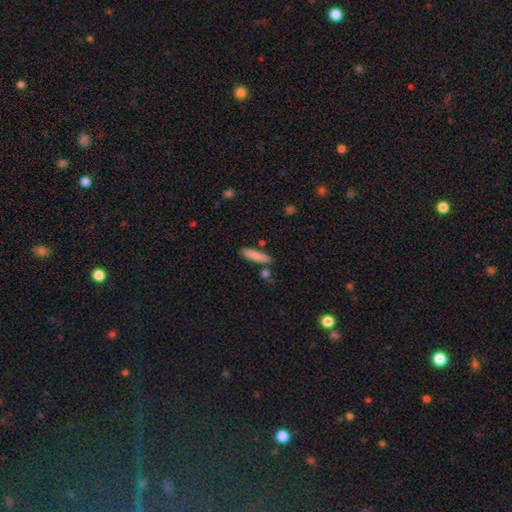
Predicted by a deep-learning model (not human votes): A smooth galaxy with no disk features (84%) that is cigar-shaped (82%).

Vote fractions:
- Smooth or featured? smooth: 84% / featured or disk: 10% / star or artifact: 7%
- How rounded? cigar-shaped: 82% / in between: 16% / round: 2%
- Merging? none: 81% / minor disturbance: 10% / merger: 6% / major disturbance: 2%